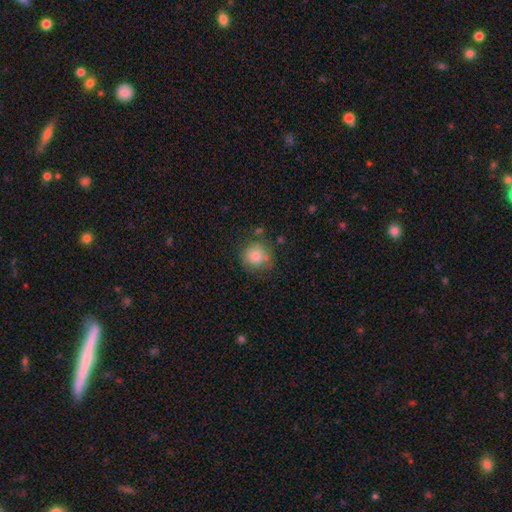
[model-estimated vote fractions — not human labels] Smooth or featured? smooth (82%)
How rounded? round (90%)
Merging? none (71%)